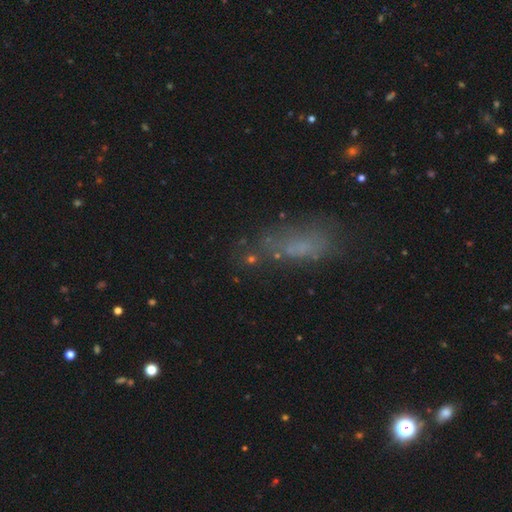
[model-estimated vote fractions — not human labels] Smooth or featured? smooth (54%)
How rounded? in between (67%)
Merging? none (50%)